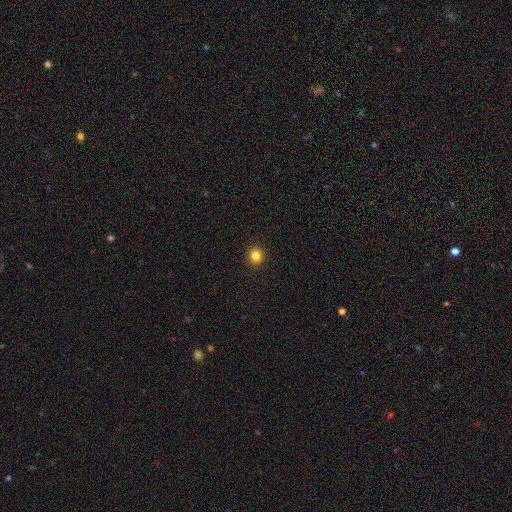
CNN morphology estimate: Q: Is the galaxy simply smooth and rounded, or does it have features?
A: smooth — 84%.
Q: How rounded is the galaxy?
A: round — 88%.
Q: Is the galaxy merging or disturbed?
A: none — 93%.